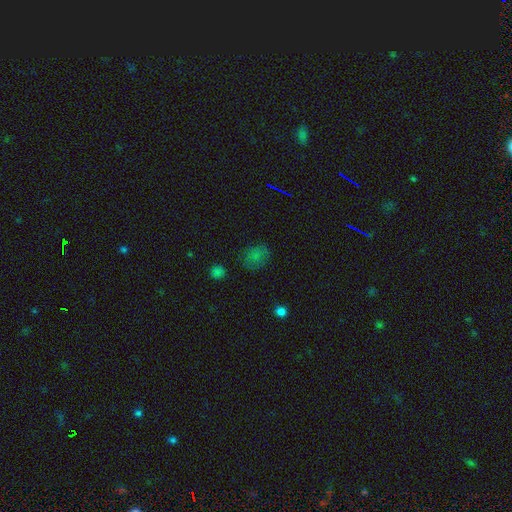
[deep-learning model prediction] smooth-or-featured: smooth: 70% | star or artifact: 21% | featured or disk: 9%
  how-rounded: round: 50% | in between: 49% | cigar-shaped: 1%
  merging: none: 73% | minor disturbance: 19% | major disturbance: 6% | merger: 2%